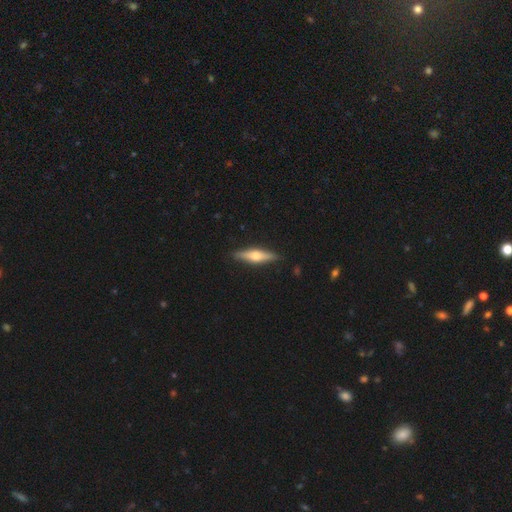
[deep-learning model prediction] Smooth or featured: featured or disk — 55% (smooth — 40%)
Edge-on disk: yes — 94% (no — 6%)
Edge-on bulge: rounded — 92% (boxy — 4%)
Merging: none — 89% (minor disturbance — 8%)